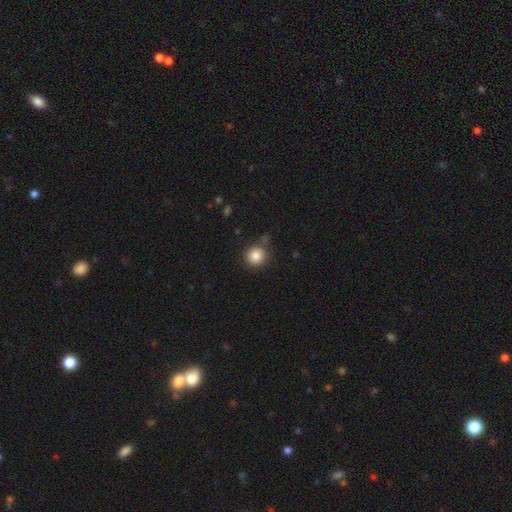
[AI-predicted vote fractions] Q: Smooth or featured?
A: smooth (84%); runner-up: star or artifact (10%)
Q: How rounded?
A: round (93%); runner-up: in between (6%)
Q: Merging?
A: none (82%); runner-up: minor disturbance (10%)